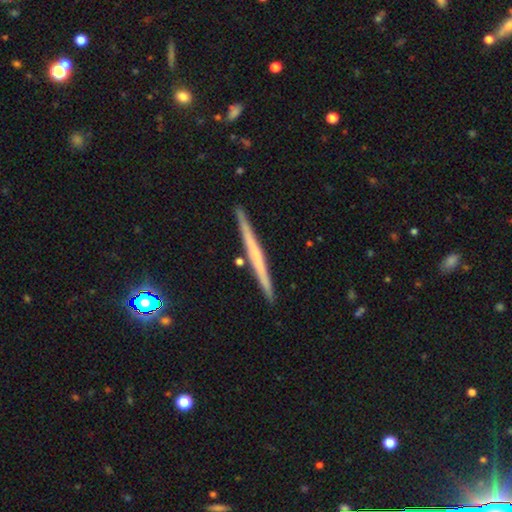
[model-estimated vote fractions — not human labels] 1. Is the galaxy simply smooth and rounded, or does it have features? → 57% featured or disk, 36% smooth, 6% star or artifact.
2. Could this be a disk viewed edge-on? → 98% yes, 2% no.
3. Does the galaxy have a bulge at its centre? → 81% none, 14% rounded, 5% boxy.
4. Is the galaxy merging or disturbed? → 91% none, 6% minor disturbance, 2% merger, 1% major disturbance.